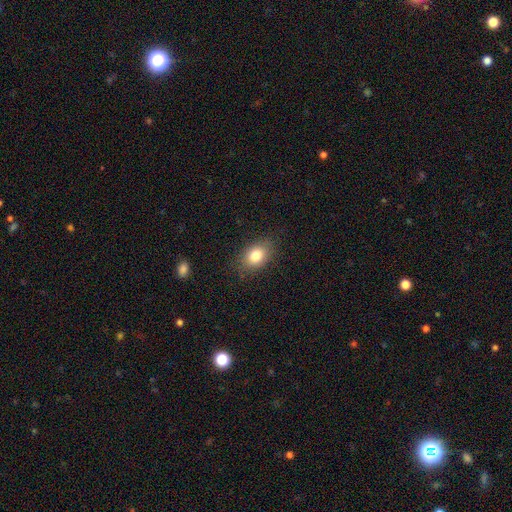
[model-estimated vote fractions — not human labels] A smooth galaxy with no disk features (82%) that is in between round and cigar-shaped (76%).

Vote fractions:
- Smooth or featured? smooth: 82% / featured or disk: 9% / star or artifact: 9%
- How rounded? in between: 76% / round: 22% / cigar-shaped: 1%
- Merging? none: 83% / minor disturbance: 13% / major disturbance: 4% / merger: 1%